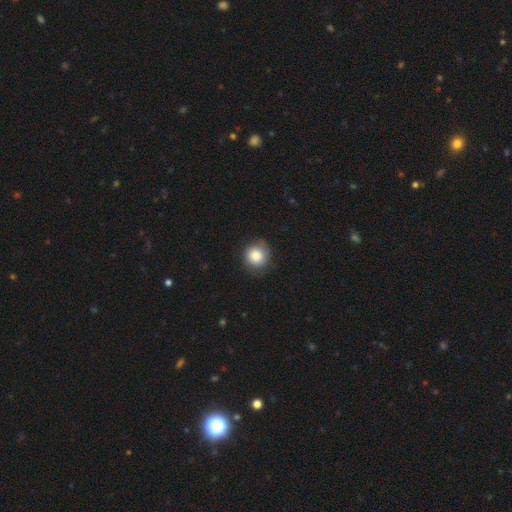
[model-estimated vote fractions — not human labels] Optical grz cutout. It shows a smooth galaxy with no disk features (82%) that is round (86%). Merging: none (74%).